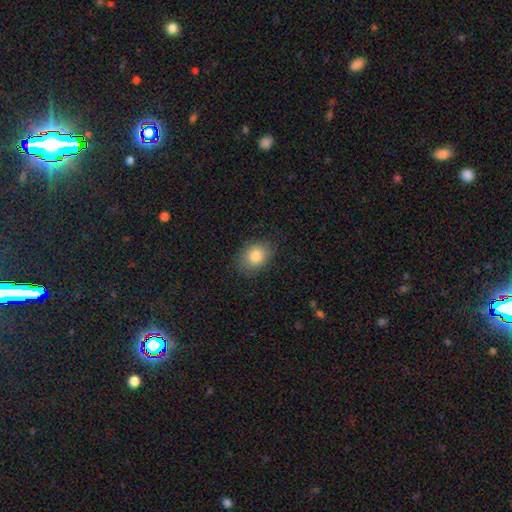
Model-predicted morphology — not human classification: Smooth or featured: smooth — 82% (featured or disk — 9%)
How rounded: in between — 66% (round — 33%)
Merging: none — 81% (minor disturbance — 14%)